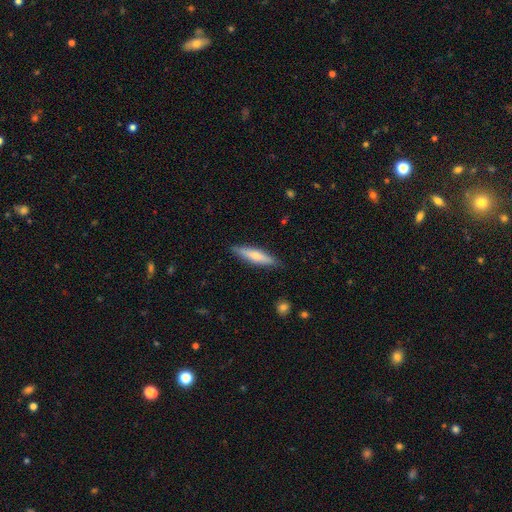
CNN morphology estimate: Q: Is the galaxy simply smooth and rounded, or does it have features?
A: smooth — 62%.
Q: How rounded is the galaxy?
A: cigar-shaped — 79%.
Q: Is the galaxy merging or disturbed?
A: none — 87%.